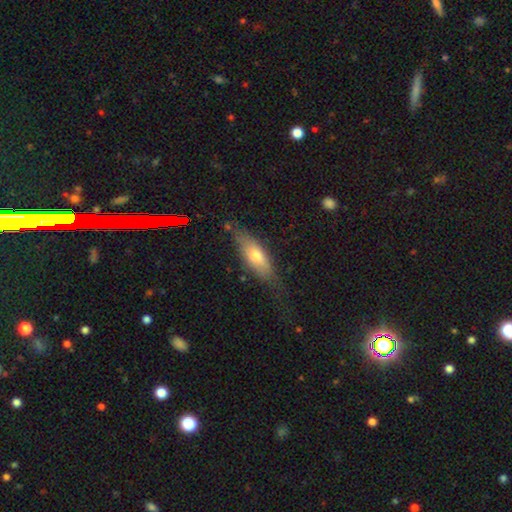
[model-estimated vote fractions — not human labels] Smooth or featured? smooth (62%)
How rounded? in between (58%)
Merging? none (61%)